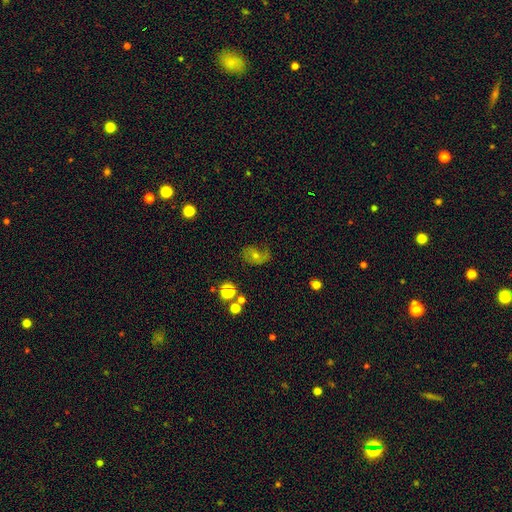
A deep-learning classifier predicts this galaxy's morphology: featured or disk 52%, smooth 30%, star or artifact 19%. Down the decision tree: edge-on disk — no (96%); merging — none (56%).